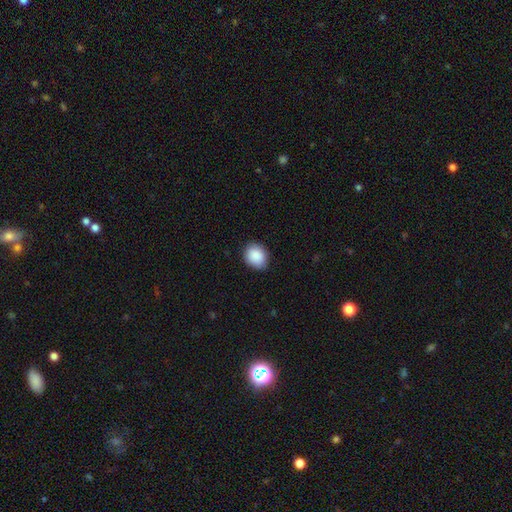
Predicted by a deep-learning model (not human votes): A smooth galaxy with no disk features (89%) that is round (55%).

Vote fractions:
- Smooth or featured? smooth: 89% / star or artifact: 7% / featured or disk: 4%
- How rounded? round: 55% / in between: 44% / cigar-shaped: 1%
- Merging? none: 84% / minor disturbance: 13% / major disturbance: 2% / merger: 1%